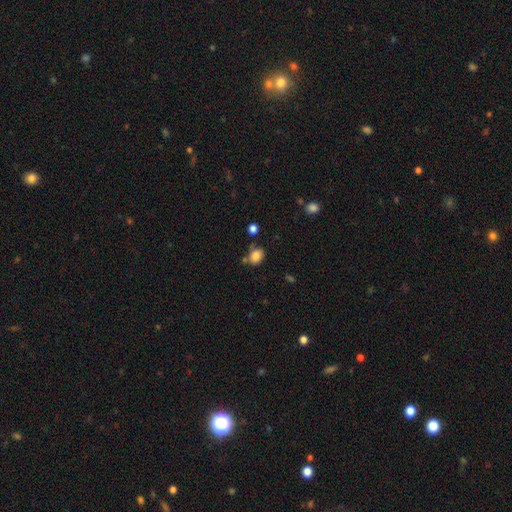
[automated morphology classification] Smooth or featured: smooth — 82% (star or artifact — 10%)
How rounded: in between — 57% (round — 42%)
Merging: none — 59% (minor disturbance — 21%)